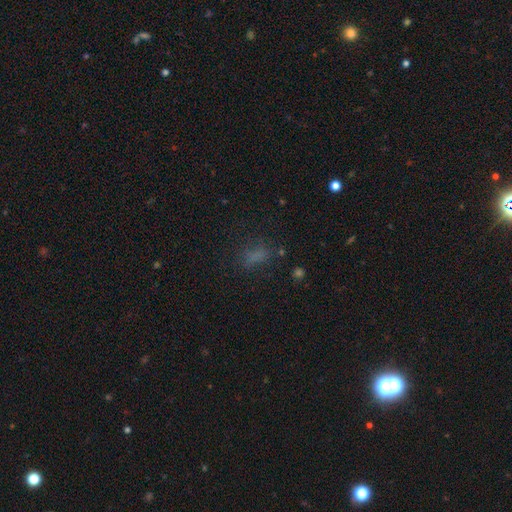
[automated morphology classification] A smooth galaxy with no disk features (65%) that is in between round and cigar-shaped (65%). Merging: none (66%).